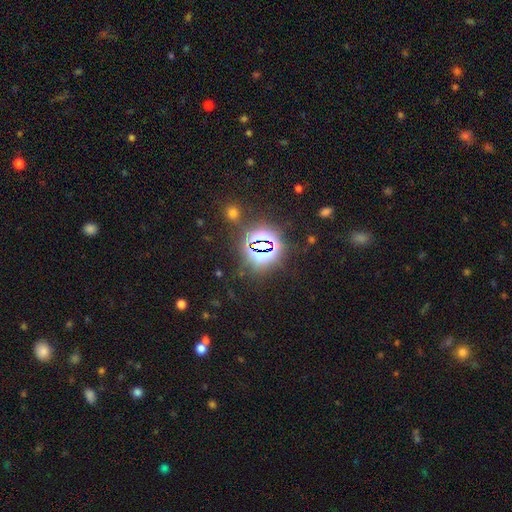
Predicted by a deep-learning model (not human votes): Overall: star or artifact (81%).